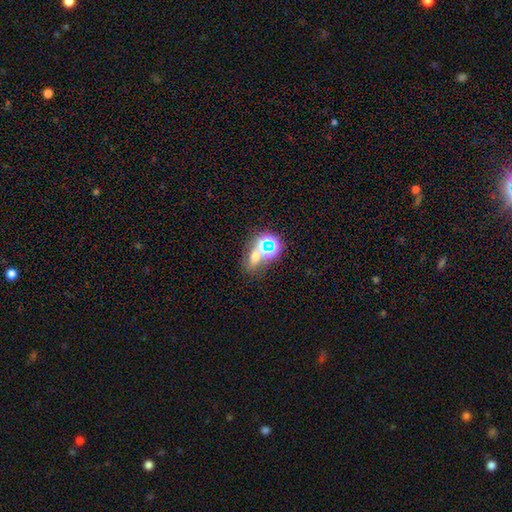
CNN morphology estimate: Smooth or featured? Predicted: smooth (p=0.45). Merging? Predicted: none (p=0.53).